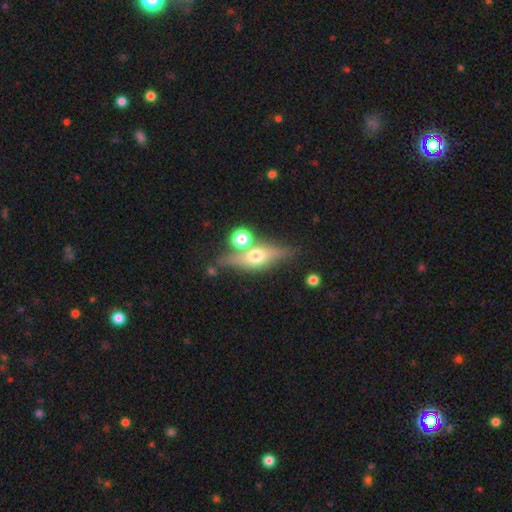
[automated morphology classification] smooth_or_featured: featured or disk (p=0.62) [alt: smooth p=0.30]
disk_edge_on: yes (p=0.86) [alt: no p=0.14]
edge_on_bulge: rounded (p=0.94) [alt: boxy p=0.03]
merging: none (p=0.68) [alt: merger p=0.15]